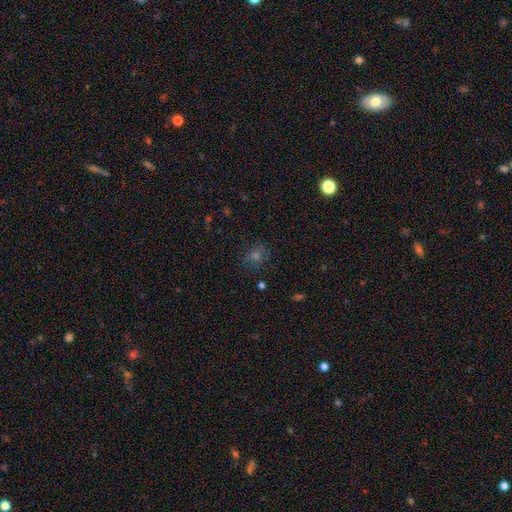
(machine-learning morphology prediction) Smooth or featured?
  - smooth: 54% *
  - star or artifact: 34%
  - featured or disk: 13%
How rounded?
  - round: 76% *
  - in between: 22%
  - cigar-shaped: 1%
Merging?
  - none: 82% *
  - minor disturbance: 12%
  - major disturbance: 4%
  - merger: 2%